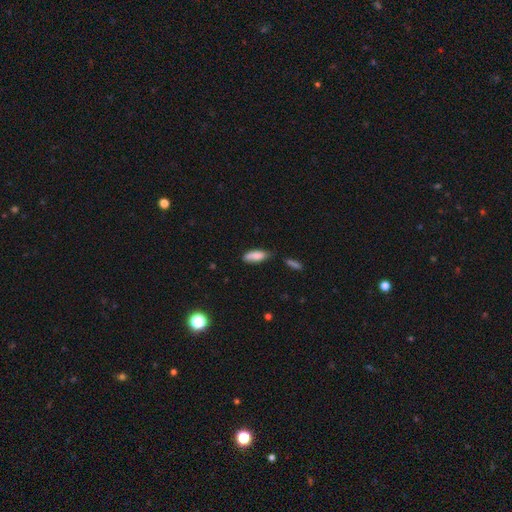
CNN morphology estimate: Smooth or featured: smooth — 82% (featured or disk — 11%)
How rounded: in between — 73% (cigar-shaped — 25%)
Merging: none — 57% (minor disturbance — 29%)